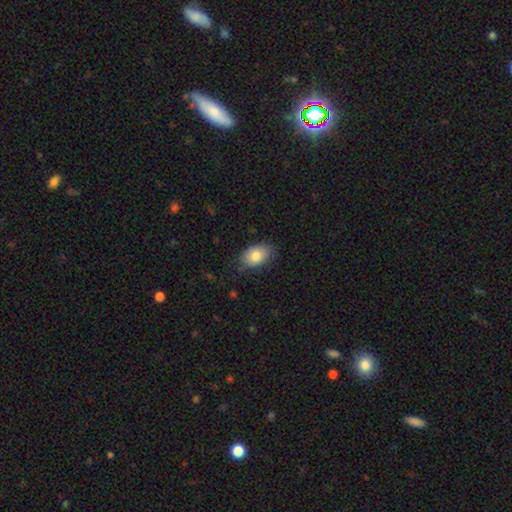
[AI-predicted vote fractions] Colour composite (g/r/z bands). It shows a smooth galaxy with no disk features (82%) that is in between round and cigar-shaped (87%). Merging: none (79%).